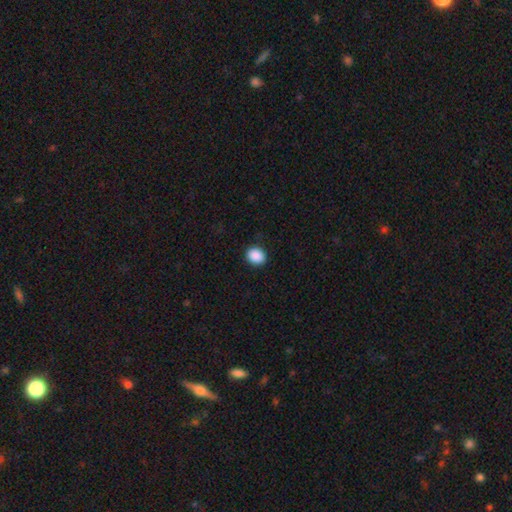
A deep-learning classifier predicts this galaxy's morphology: Overall: smooth (90%). How rounded: round (61%; in between 39%). Merging: none (90%).